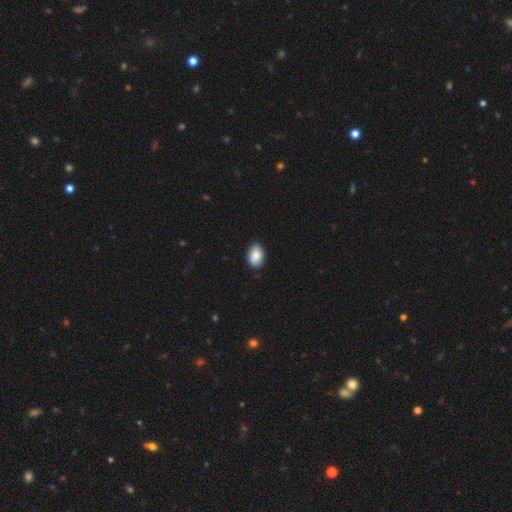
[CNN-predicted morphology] Smooth or featured? Predicted: smooth (p=0.88). How rounded? Predicted: in between (p=0.88). Merging? Predicted: none (p=0.88).